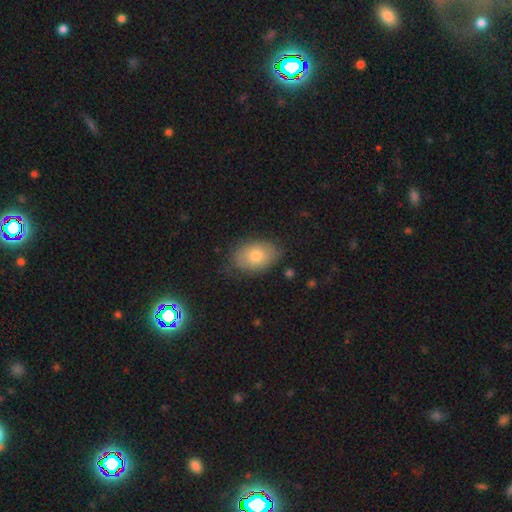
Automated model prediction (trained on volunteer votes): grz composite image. It shows a smooth galaxy with no disk features (75%) that is in between round and cigar-shaped (82%). Merging: none (77%).